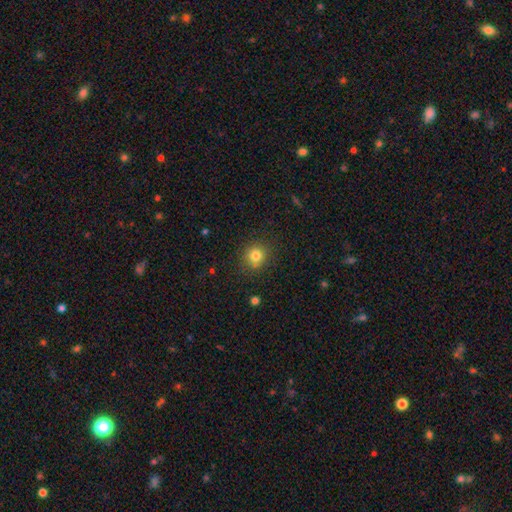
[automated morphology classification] Overall: smooth (80%). How rounded: round (87%). Merging: none (83%).